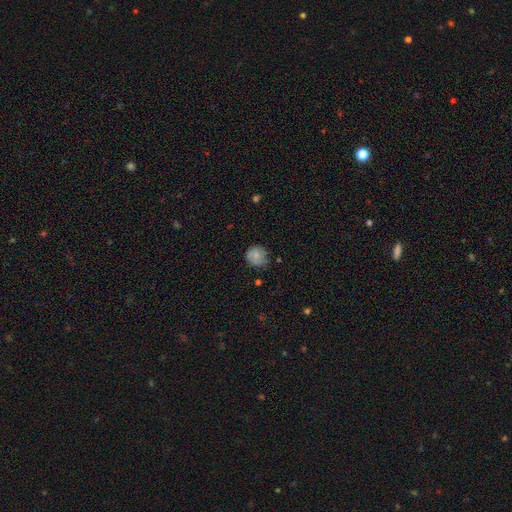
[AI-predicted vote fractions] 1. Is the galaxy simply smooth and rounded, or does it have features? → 73% smooth, 18% featured or disk, 9% star or artifact.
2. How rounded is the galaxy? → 85% round, 14% in between, 1% cigar-shaped.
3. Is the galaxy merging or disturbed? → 65% none, 25% minor disturbance, 6% major disturbance, 3% merger.